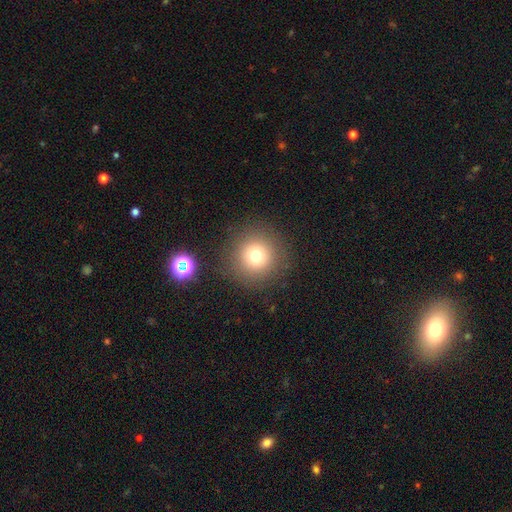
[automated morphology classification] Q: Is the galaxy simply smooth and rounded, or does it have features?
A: smooth — 73%.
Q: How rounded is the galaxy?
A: round — 95%.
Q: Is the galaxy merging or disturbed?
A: none — 88%.